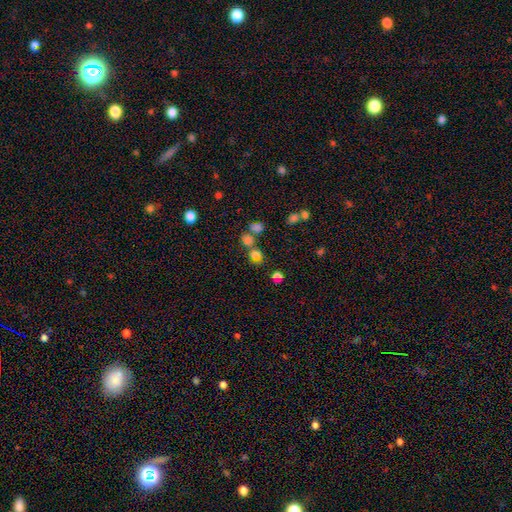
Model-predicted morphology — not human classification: This appears to be a smooth galaxy with no disk features (71%) that is round (78%). Merging: none (56%).